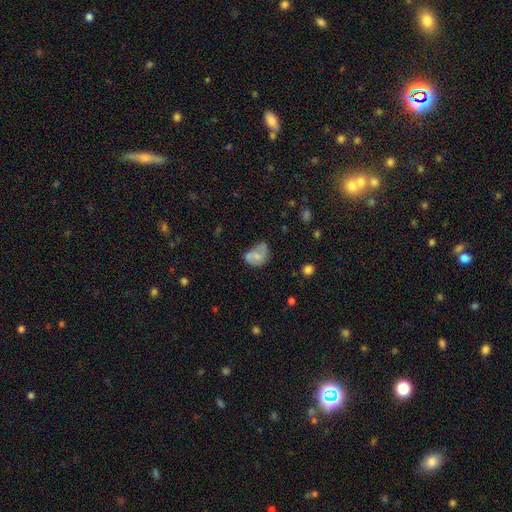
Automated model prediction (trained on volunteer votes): Morphology: type=smooth (56%); roundness=in between (68%); merging=minor disturbance (33%).